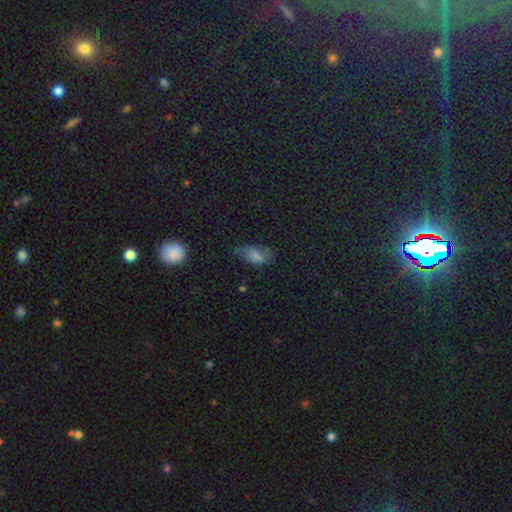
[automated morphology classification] The model was most divided on "merging": none: 45%, minor disturbance: 35%, major disturbance: 17%, merger: 3%. More confident: how rounded — in between (90%); smooth or featured — smooth (67%).